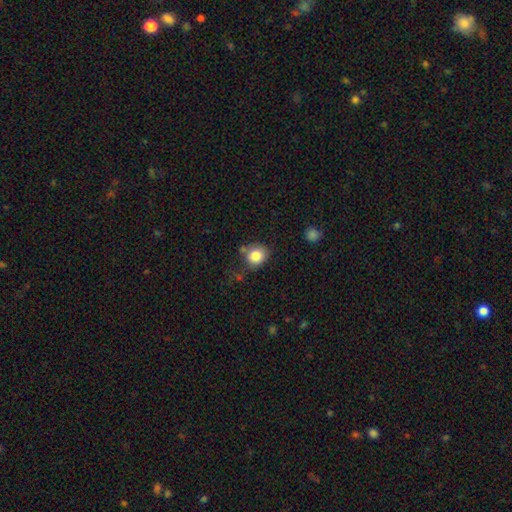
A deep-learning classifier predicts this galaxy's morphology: smooth_or_featured: smooth (p=0.83) [alt: star or artifact p=0.10]
how_rounded: round (p=0.76) [alt: in between p=0.23]
merging: none (p=0.67) [alt: minor disturbance p=0.19]